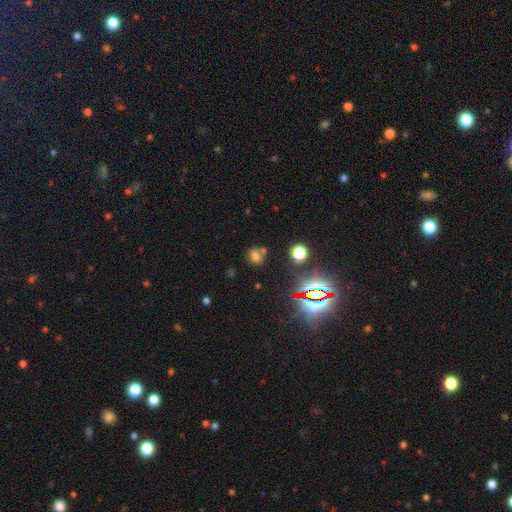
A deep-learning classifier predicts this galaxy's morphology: Smooth or featured? smooth (61%)
How rounded? round (66%)
Merging? none (69%)